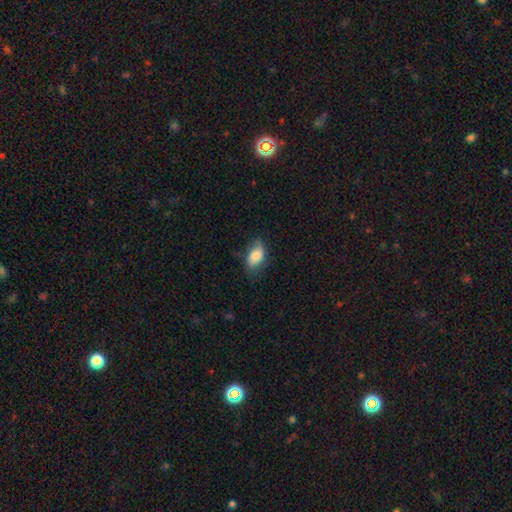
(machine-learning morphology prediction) Q: Smooth or featured?
A: smooth (79%); runner-up: featured or disk (14%)
Q: How rounded?
A: in between (91%); runner-up: round (6%)
Q: Merging?
A: none (62%); runner-up: minor disturbance (28%)